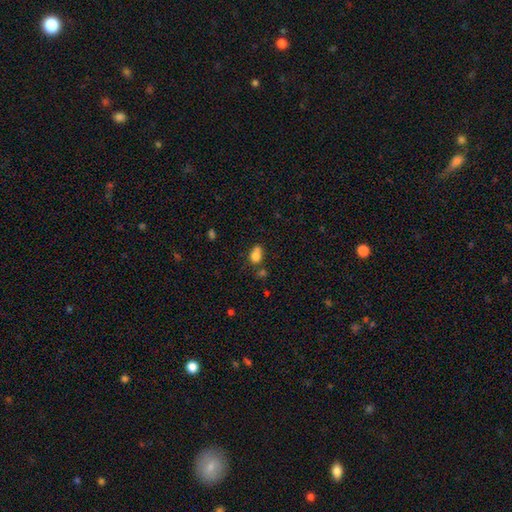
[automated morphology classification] smooth_or_featured: smooth (p=0.77) [alt: star or artifact p=0.12]
how_rounded: in between (p=0.56) [alt: round p=0.42]
merging: none (p=0.41) [alt: merger p=0.28]